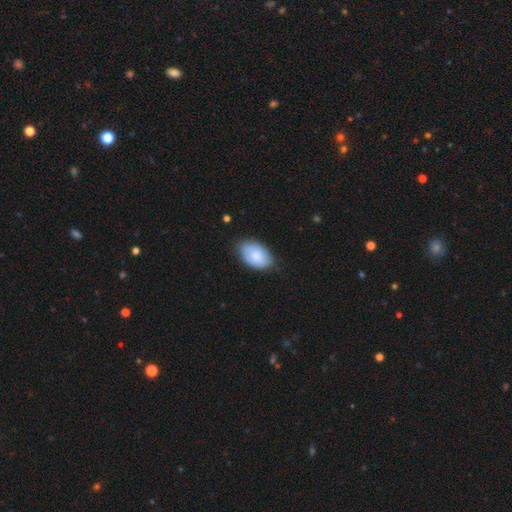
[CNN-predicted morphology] This is likely a smooth galaxy (79%). How rounded: clearly in between (92%). Merging: likely none (75%).